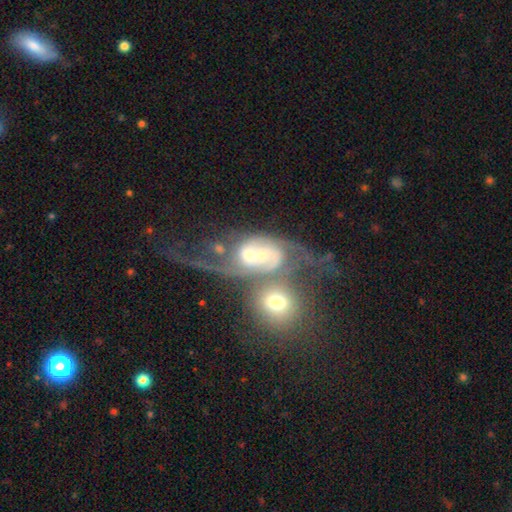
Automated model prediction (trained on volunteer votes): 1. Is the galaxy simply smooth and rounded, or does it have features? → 73% featured or disk, 18% smooth, 9% star or artifact.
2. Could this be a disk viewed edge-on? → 96% no, 4% yes.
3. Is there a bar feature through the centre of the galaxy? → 66% no, 25% weak, 9% strong.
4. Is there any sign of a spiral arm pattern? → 87% yes, 13% no.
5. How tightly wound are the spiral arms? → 48% loose, 33% medium, 19% tight.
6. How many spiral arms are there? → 69% 2, 14% can't tell, 11% 1, 3% 3, 2% 4, 2% more than 4.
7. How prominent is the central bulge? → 45% moderate, 37% small, 10% large, 5% none, 3% dominant.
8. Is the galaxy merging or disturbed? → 67% merger, 16% major disturbance, 11% none, 6% minor disturbance.